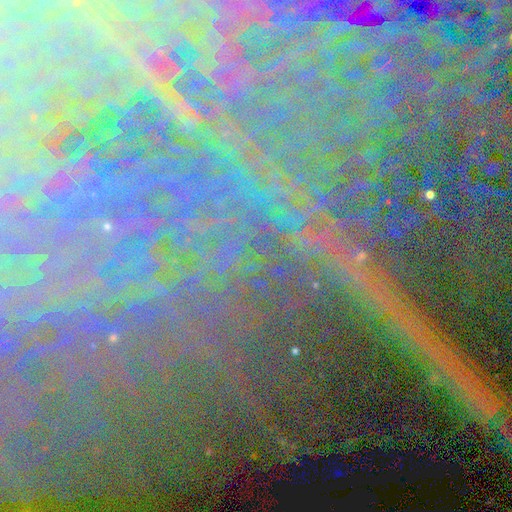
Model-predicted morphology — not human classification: Smooth or featured?
  - star or artifact: 75% *
  - featured or disk: 14%
  - smooth: 11%